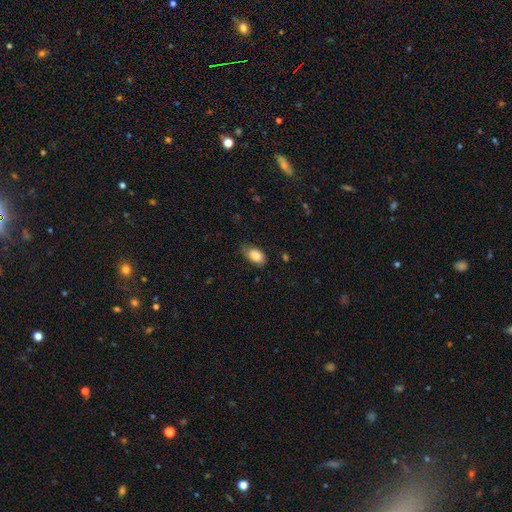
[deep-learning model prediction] smooth-or-featured: smooth: 84% | featured or disk: 9% | star or artifact: 7%
  how-rounded: in between: 91% | round: 7% | cigar-shaped: 2%
  merging: none: 65% | minor disturbance: 28% | major disturbance: 6% | merger: 1%